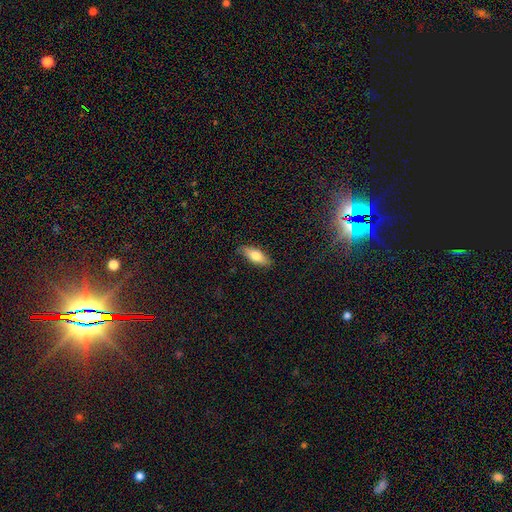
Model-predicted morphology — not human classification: smooth_or_featured: smooth (p=0.74) [alt: featured or disk p=0.20]
how_rounded: in between (p=0.71) [alt: cigar-shaped p=0.27]
merging: none (p=0.84) [alt: minor disturbance p=0.13]